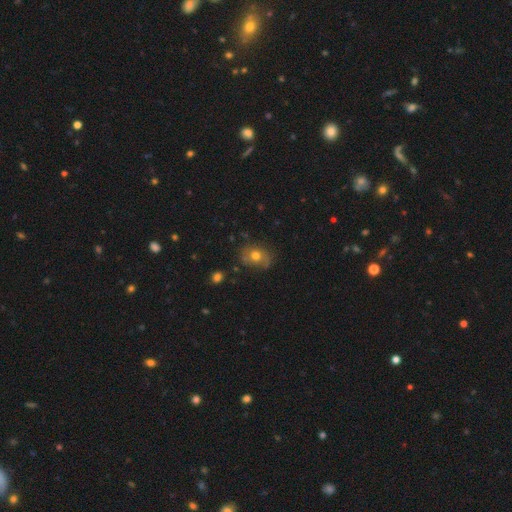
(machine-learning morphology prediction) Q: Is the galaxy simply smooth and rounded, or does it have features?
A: smooth — 60%.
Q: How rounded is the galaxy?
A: round — 51%.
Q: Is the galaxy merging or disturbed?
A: none — 65%.